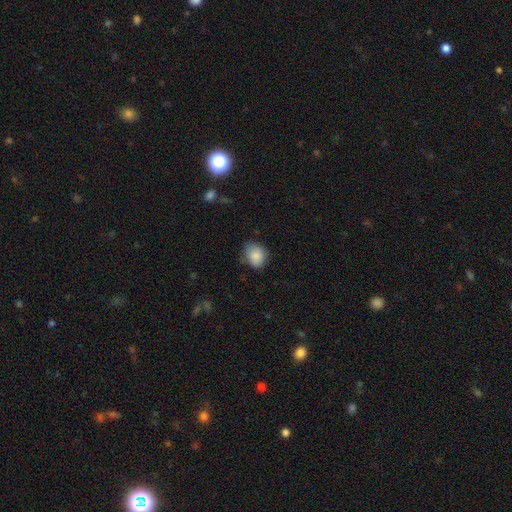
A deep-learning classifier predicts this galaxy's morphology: A smooth galaxy with no disk features (86%) that is round (56%).

Vote fractions:
- Smooth or featured? smooth: 86% / star or artifact: 8% / featured or disk: 6%
- How rounded? round: 56% / in between: 43% / cigar-shaped: 1%
- Merging? none: 70% / minor disturbance: 24% / major disturbance: 5% / merger: 1%